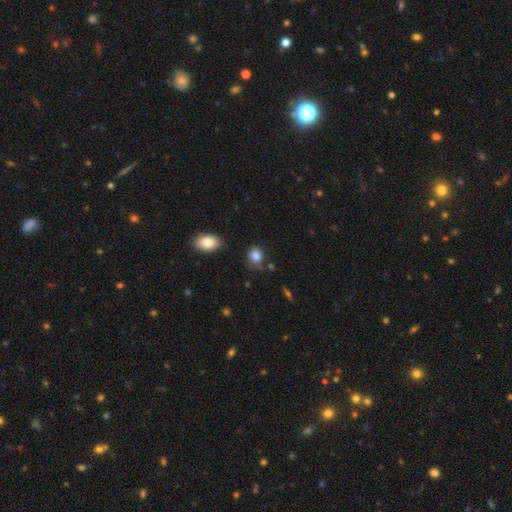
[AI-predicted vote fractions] This appears to be a smooth galaxy with no disk features (83%) that is round (50%). Merging: none (60%).